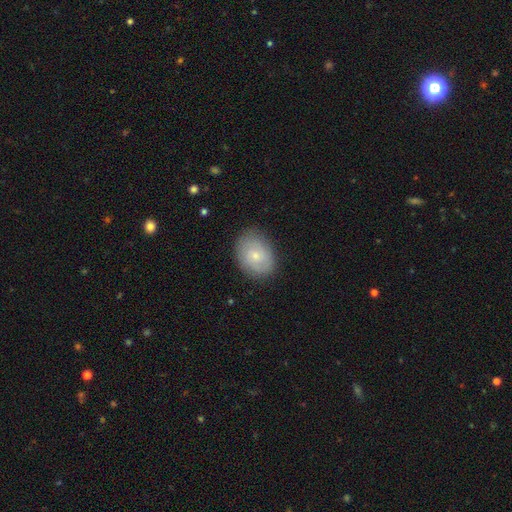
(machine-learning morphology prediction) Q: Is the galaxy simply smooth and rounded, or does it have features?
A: smooth — 61%.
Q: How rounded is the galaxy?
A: in between — 65%.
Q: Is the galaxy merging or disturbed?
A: none — 81%.